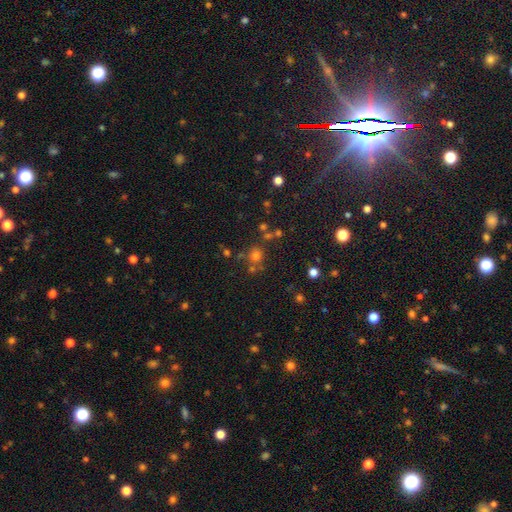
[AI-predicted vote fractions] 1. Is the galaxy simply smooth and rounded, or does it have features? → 65% smooth, 25% star or artifact, 9% featured or disk.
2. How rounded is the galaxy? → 87% round, 12% in between, 1% cigar-shaped.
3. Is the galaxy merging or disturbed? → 68% none, 16% merger, 11% minor disturbance, 5% major disturbance.